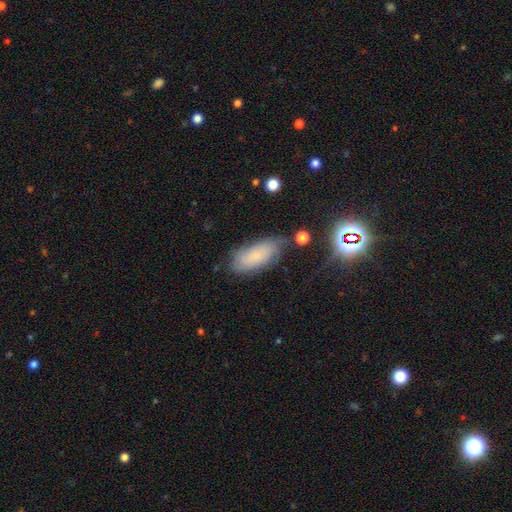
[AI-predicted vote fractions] Smooth or featured? Predicted: smooth (p=0.63). How rounded? Predicted: in between (p=0.82). Merging? Predicted: none (p=0.65).